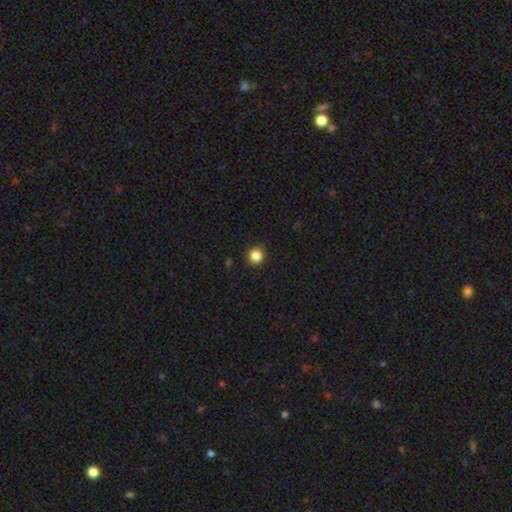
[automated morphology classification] smooth 85%, star or artifact 11%, featured or disk 3%. Down the decision tree: how rounded — round (94%); merging — none (90%).